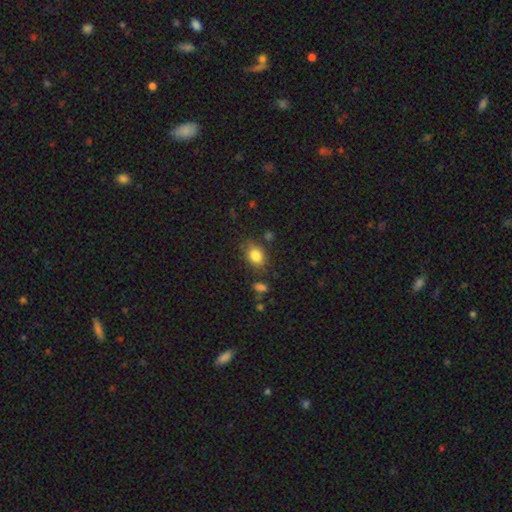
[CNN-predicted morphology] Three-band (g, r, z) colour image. It shows a smooth galaxy with no disk features (83%) that is in between round and cigar-shaped (62%). Merging: none (73%).